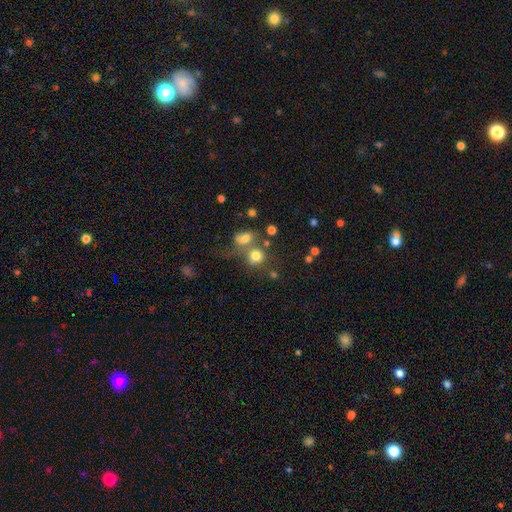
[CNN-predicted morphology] Overall: smooth (75%). How rounded: round (79%). Merging: none (43%; merger 39%).